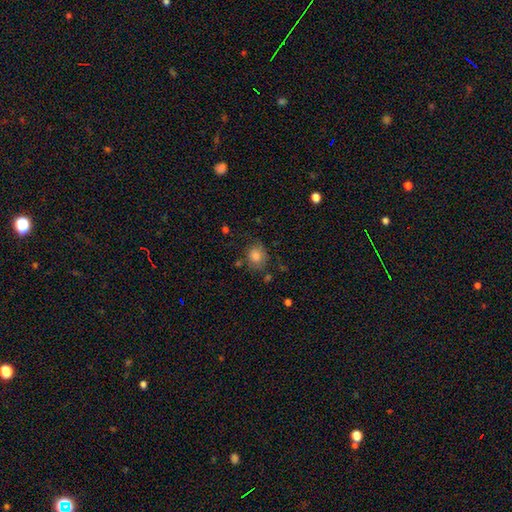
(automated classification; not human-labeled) Smooth or featured? Predicted: smooth (p=0.76). How rounded? Predicted: round (p=0.66). Merging? Predicted: none (p=0.66).